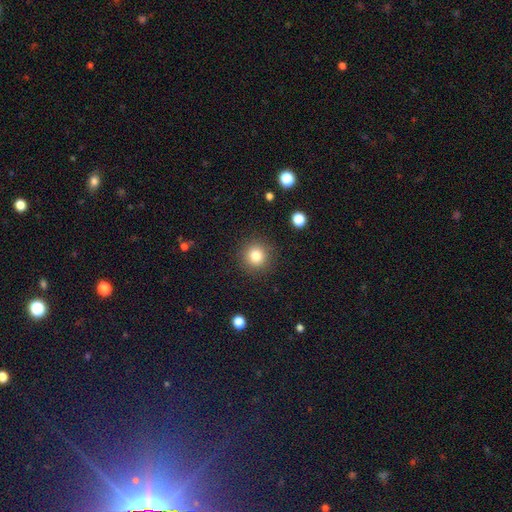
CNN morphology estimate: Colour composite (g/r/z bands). It shows a smooth galaxy with no disk features (81%) that is round (94%). Merging: none (89%).